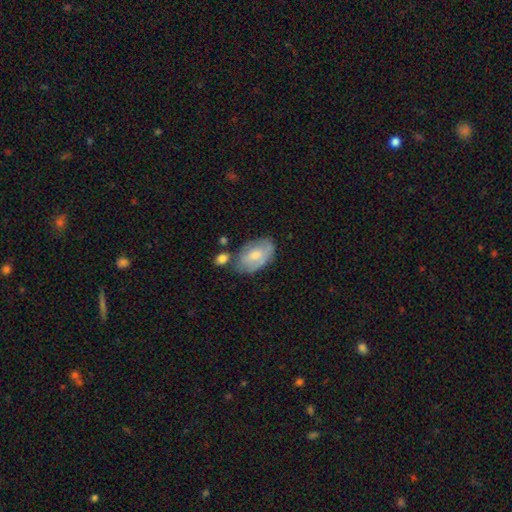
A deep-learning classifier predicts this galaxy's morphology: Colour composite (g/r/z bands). It shows a smooth galaxy with no disk features (57%) that is in between round and cigar-shaped (91%). Merging: none (52%).